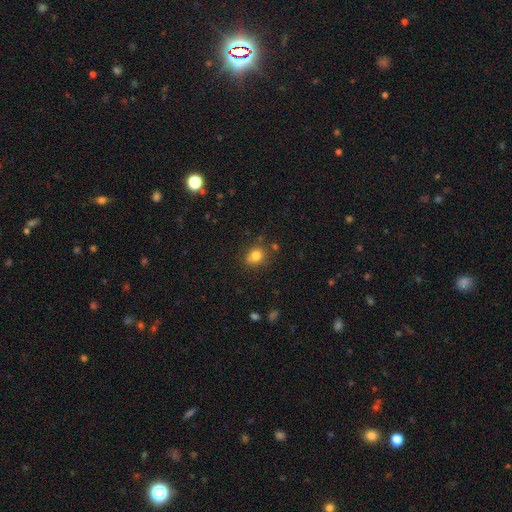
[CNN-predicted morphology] A smooth galaxy with no disk features (80%) that is round (65%). Merging: none (74%).